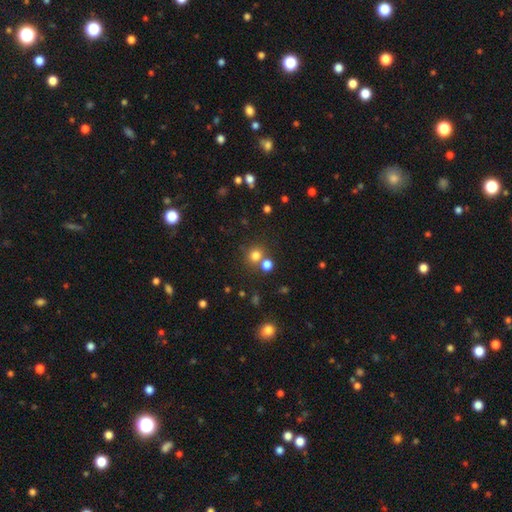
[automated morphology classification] Smooth or featured? smooth (76%)
How rounded? round (85%)
Merging? none (66%)